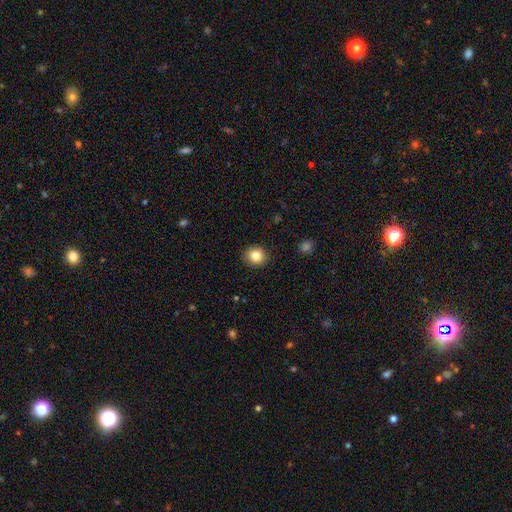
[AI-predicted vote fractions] smooth_or_featured: smooth (p=0.83) [alt: star or artifact p=0.10]
how_rounded: round (p=0.83) [alt: in between p=0.16]
merging: none (p=0.91) [alt: minor disturbance p=0.06]